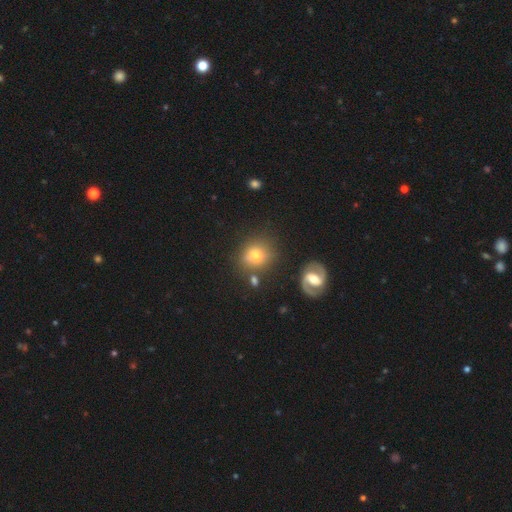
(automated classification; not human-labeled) This is likely a smooth galaxy (65%). How rounded: likely round (76%). Merging: likely none (73%).